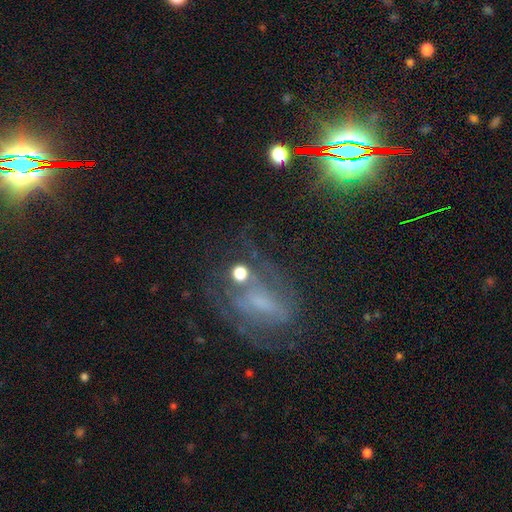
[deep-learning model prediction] smooth-or-featured: featured or disk: 50% | star or artifact: 34% | smooth: 16%
  merging: none: 57% | minor disturbance: 18% | major disturbance: 16% | merger: 8%